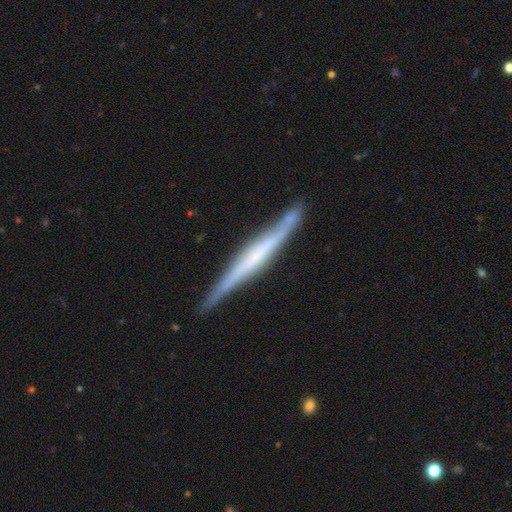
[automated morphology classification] Overall: featured or disk (72%). Edge-on disk: yes (95%). Edge-on bulge: none (43%; boxy 32%). Merging: none (82%).